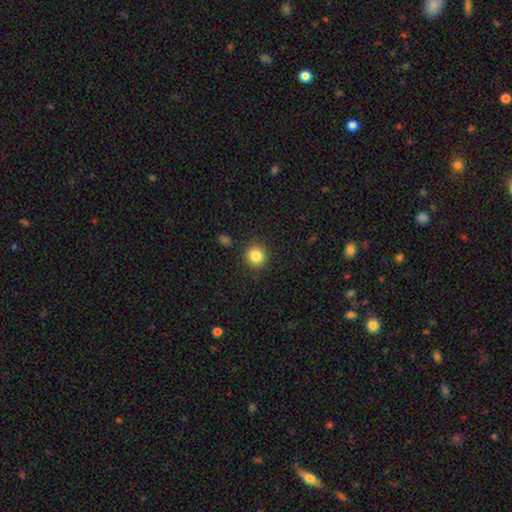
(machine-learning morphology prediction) This appears to be a smooth galaxy with no disk features (84%) that is round (89%). Merging: none (89%).